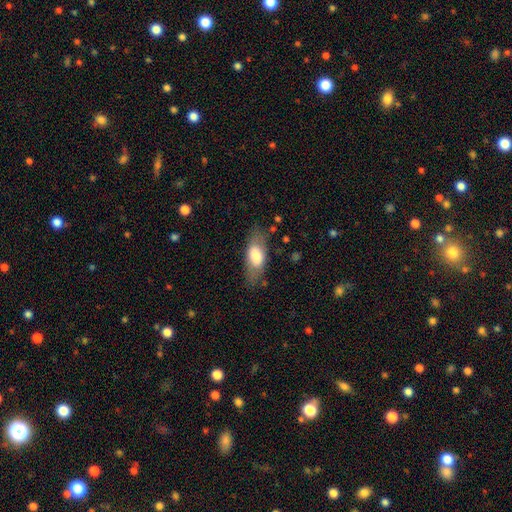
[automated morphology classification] A smooth galaxy with no disk features (69%) that is in between round and cigar-shaped (81%).

Vote fractions:
- Smooth or featured? smooth: 69% / featured or disk: 24% / star or artifact: 6%
- How rounded? in between: 81% / cigar-shaped: 15% / round: 4%
- Merging? none: 74% / minor disturbance: 17% / major disturbance: 7% / merger: 2%